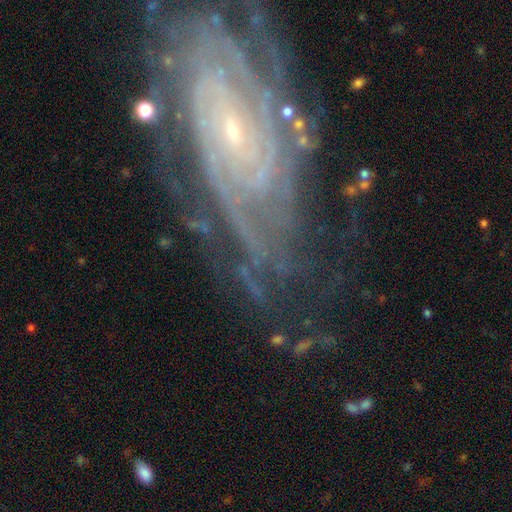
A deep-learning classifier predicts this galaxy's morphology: Q: Smooth or featured?
A: featured or disk (89%); runner-up: star or artifact (7%)
Q: Edge-on disk?
A: no (95%); runner-up: yes (5%)
Q: Bar?
A: no (53%); runner-up: weak (32%)
Q: Spiral arms?
A: yes (98%); runner-up: no (2%)
Q: Spiral winding?
A: tight (78%); runner-up: medium (18%)
Q: Spiral arm count?
A: can't tell (29%); runner-up: 4 (18%)
Q: Bulge size?
A: small (86%); runner-up: moderate (10%)
Q: Merging?
A: none (70%); runner-up: minor disturbance (19%)